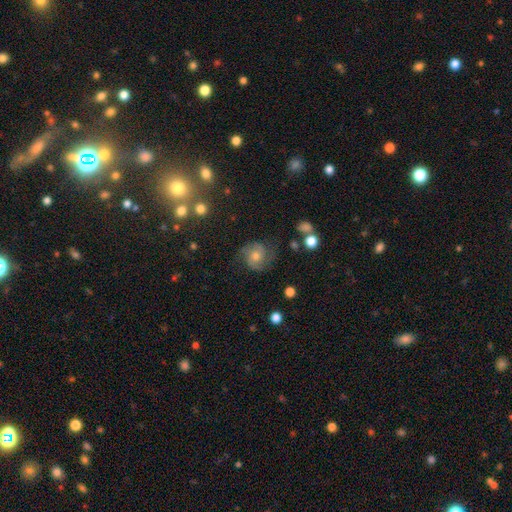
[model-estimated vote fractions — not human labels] Smooth or featured?
  - featured or disk: 67% *
  - smooth: 21%
  - star or artifact: 12%
Edge-on disk?
  - no: 98% *
  - yes: 2%
Bar?
  - no: 71% *
  - weak: 25%
  - strong: 4%
Spiral arms?
  - yes: 93% *
  - no: 7%
Spiral winding?
  - medium: 49% *
  - tight: 37%
  - loose: 15%
Spiral arm count?
  - 2: 65% *
  - 3: 13%
  - can't tell: 13%
  - 1: 3%
  - 4: 3%
  - more than 4: 3%
Bulge size?
  - moderate: 64% *
  - small: 25%
  - large: 7%
  - none: 3%
  - dominant: 1%
Merging?
  - none: 74% *
  - minor disturbance: 16%
  - major disturbance: 8%
  - merger: 2%